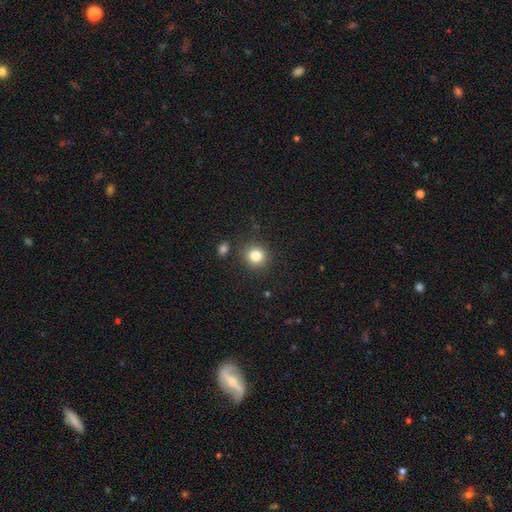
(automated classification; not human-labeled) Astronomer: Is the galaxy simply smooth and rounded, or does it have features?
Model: smooth — 83%.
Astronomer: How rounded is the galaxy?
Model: round — 88%.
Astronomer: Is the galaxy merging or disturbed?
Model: none — 86%.